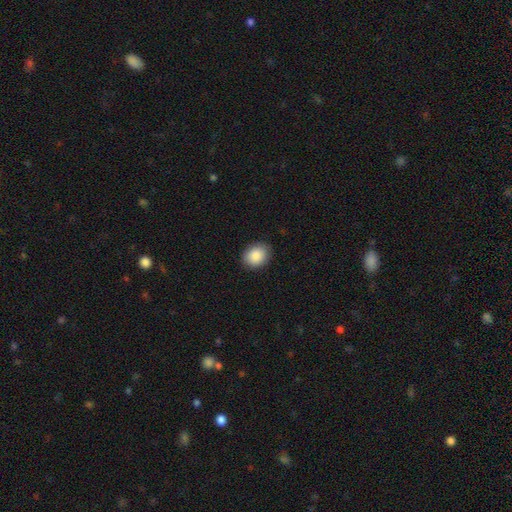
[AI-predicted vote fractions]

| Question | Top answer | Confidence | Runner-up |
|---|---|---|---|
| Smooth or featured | smooth | 89% | star or artifact (7%) |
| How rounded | in between | 51% | round (48%) |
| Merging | none | 88% | minor disturbance (9%) |